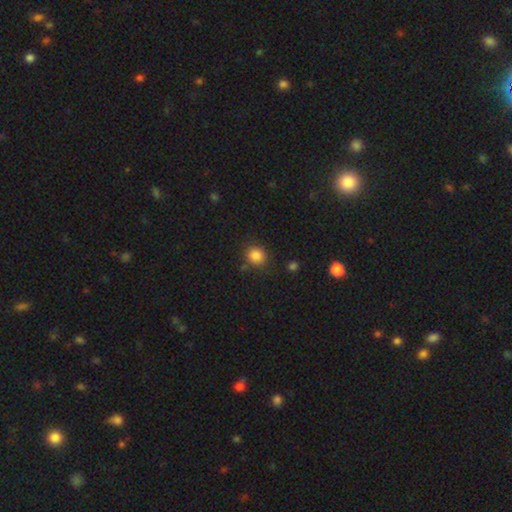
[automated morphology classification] Smooth or featured?
  - smooth: 85% *
  - star or artifact: 11%
  - featured or disk: 5%
How rounded?
  - round: 82% *
  - in between: 17%
  - cigar-shaped: 1%
Merging?
  - none: 81% *
  - minor disturbance: 11%
  - merger: 4%
  - major disturbance: 3%